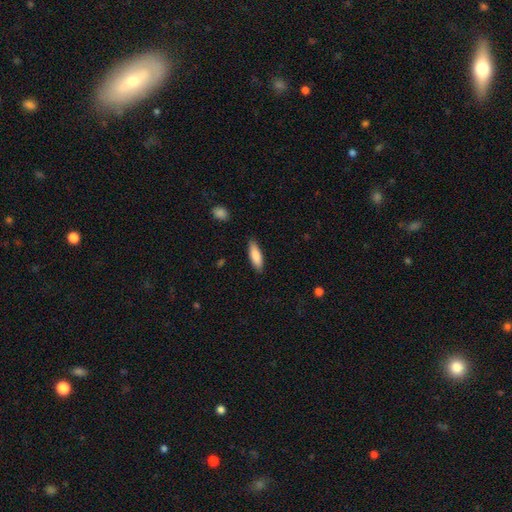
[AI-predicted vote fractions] A smooth galaxy with no disk features (84%) that is cigar-shaped (49%, tied with in between). Merging: none (87%).